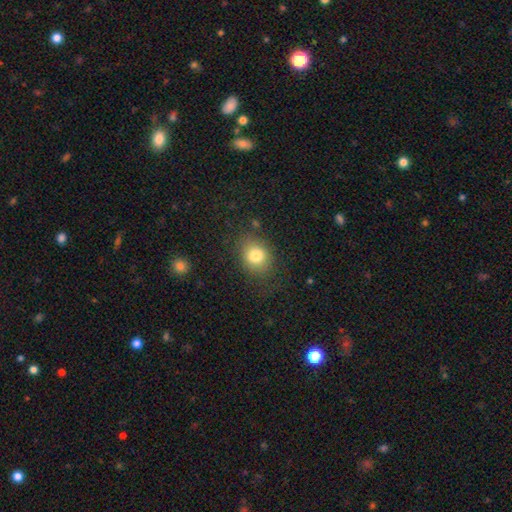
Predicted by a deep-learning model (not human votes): The model was most divided on "how rounded": round: 56%, in between: 43%, cigar-shaped: 1%. More confident: smooth or featured — smooth (80%); merging — none (76%).